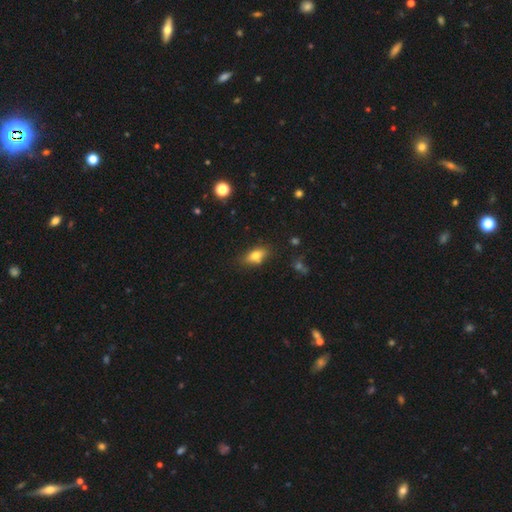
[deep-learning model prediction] Smooth or featured?
  - smooth: 75% *
  - featured or disk: 15%
  - star or artifact: 10%
How rounded?
  - in between: 81% *
  - cigar-shaped: 10%
  - round: 9%
Merging?
  - none: 73% *
  - minor disturbance: 17%
  - merger: 6%
  - major disturbance: 4%